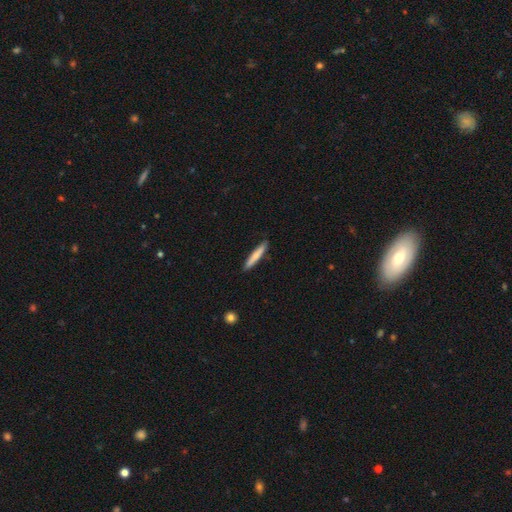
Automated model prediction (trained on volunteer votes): Q: Smooth or featured?
A: smooth (69%); runner-up: featured or disk (26%)
Q: How rounded?
A: cigar-shaped (93%); runner-up: in between (6%)
Q: Merging?
A: none (89%); runner-up: minor disturbance (9%)